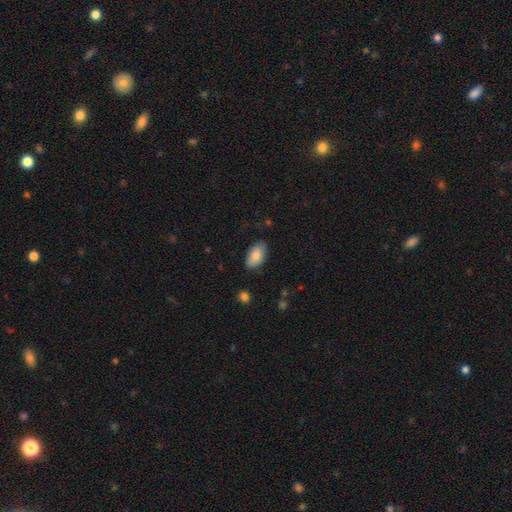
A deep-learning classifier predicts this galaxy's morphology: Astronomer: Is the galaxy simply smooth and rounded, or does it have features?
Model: smooth — 85%.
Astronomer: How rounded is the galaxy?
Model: in between — 95%.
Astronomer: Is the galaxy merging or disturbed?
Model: none — 80%.